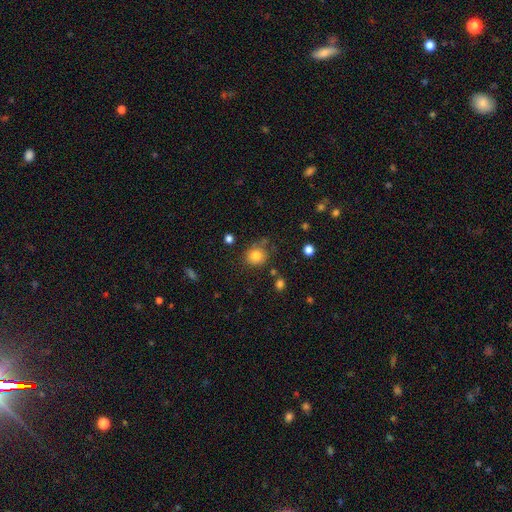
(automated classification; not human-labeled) This appears to be a smooth galaxy with no disk features (82%) that is round (84%). Merging: none (74%).